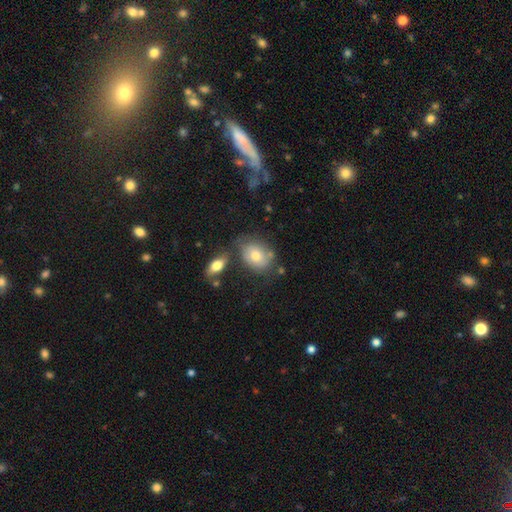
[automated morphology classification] Smooth or featured?
  - smooth: 66% *
  - featured or disk: 25%
  - star or artifact: 8%
How rounded?
  - in between: 66% *
  - round: 32%
  - cigar-shaped: 1%
Merging?
  - none: 57% *
  - minor disturbance: 22%
  - merger: 14%
  - major disturbance: 8%